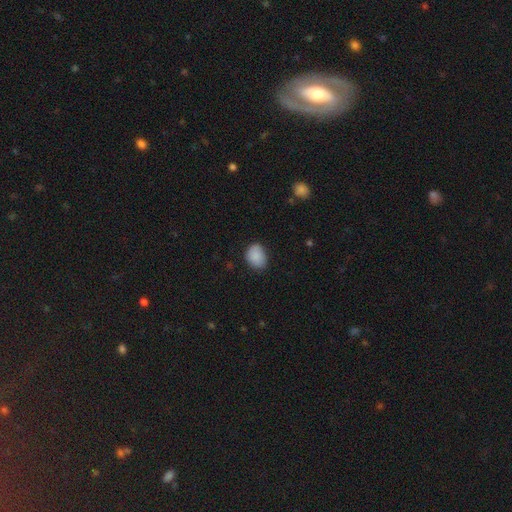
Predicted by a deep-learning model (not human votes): Smooth or featured?
  - smooth: 88% *
  - star or artifact: 8%
  - featured or disk: 5%
How rounded?
  - in between: 65% *
  - round: 34%
  - cigar-shaped: 1%
Merging?
  - none: 71% *
  - minor disturbance: 24%
  - major disturbance: 4%
  - merger: 1%